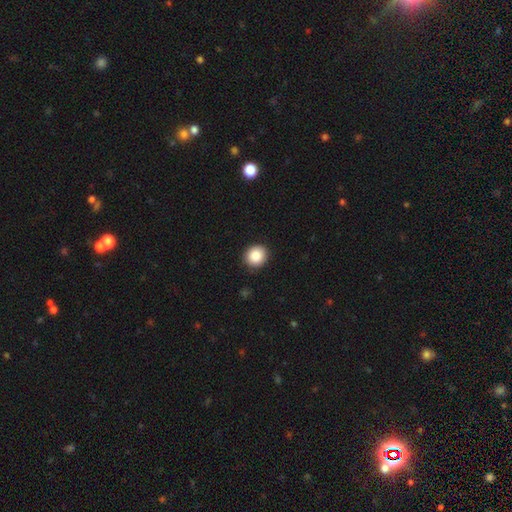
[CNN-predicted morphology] The model was most divided on "how rounded": round: 86%, in between: 13%, cigar-shaped: 1%. More confident: merging — none (91%); smooth or featured — smooth (88%).